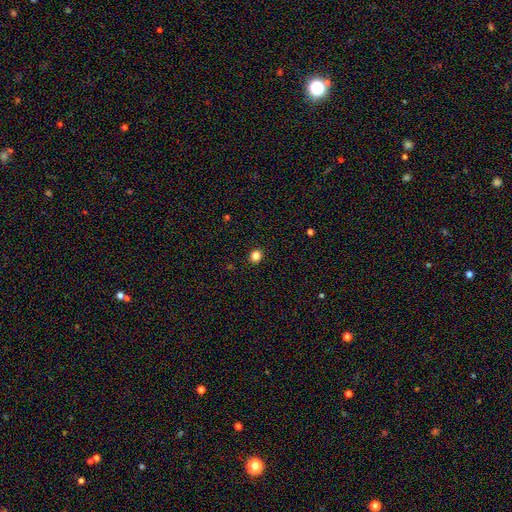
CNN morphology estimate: Smooth or featured?
  - smooth: 83% *
  - star or artifact: 13%
  - featured or disk: 4%
How rounded?
  - round: 76% *
  - in between: 23%
  - cigar-shaped: 1%
Merging?
  - none: 92% *
  - minor disturbance: 6%
  - major disturbance: 2%
  - merger: 1%